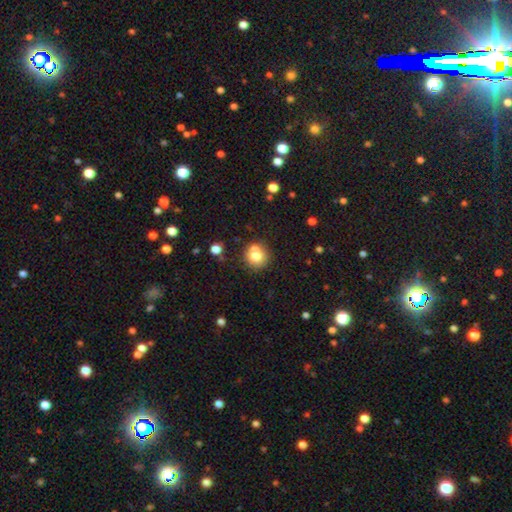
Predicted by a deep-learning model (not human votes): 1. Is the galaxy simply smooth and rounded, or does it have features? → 76% smooth, 13% featured or disk, 11% star or artifact.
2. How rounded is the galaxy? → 90% round, 9% in between, 1% cigar-shaped.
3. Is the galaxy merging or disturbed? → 64% none, 23% merger, 10% minor disturbance, 3% major disturbance.